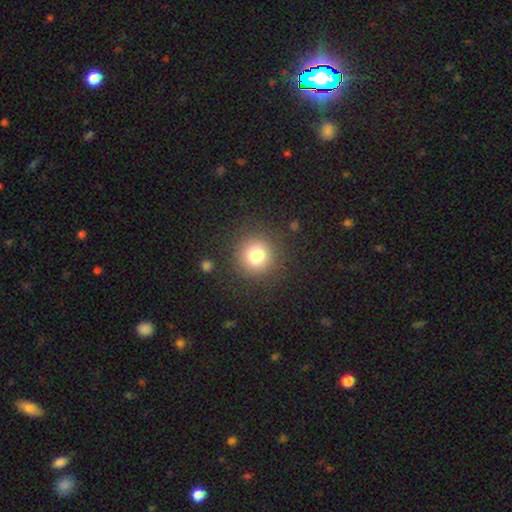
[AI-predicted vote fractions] Q: Smooth or featured?
A: smooth (79%); runner-up: star or artifact (13%)
Q: How rounded?
A: round (94%); runner-up: in between (5%)
Q: Merging?
A: none (87%); runner-up: minor disturbance (7%)